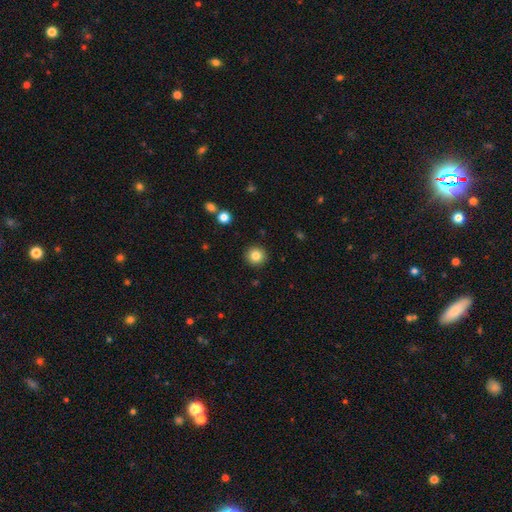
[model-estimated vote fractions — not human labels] Morphology: type=smooth (83%); roundness=round (95%); merging=none (92%).